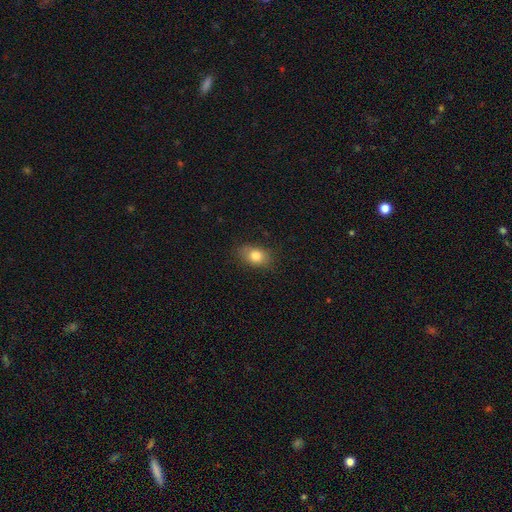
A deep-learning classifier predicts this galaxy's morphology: Smooth or featured? smooth (81%)
How rounded? in between (76%)
Merging? none (81%)